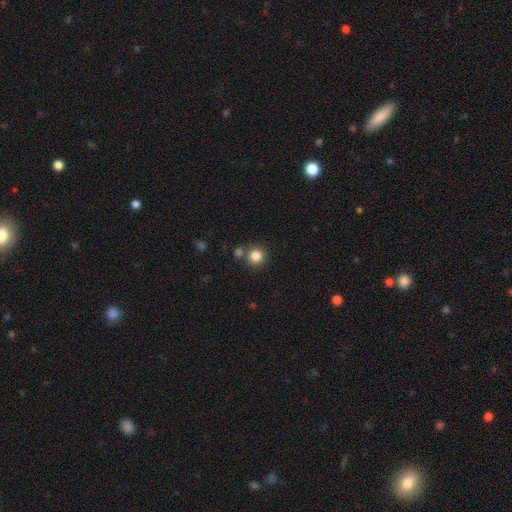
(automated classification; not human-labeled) Smooth or featured? smooth (83%)
How rounded? round (93%)
Merging? none (74%)